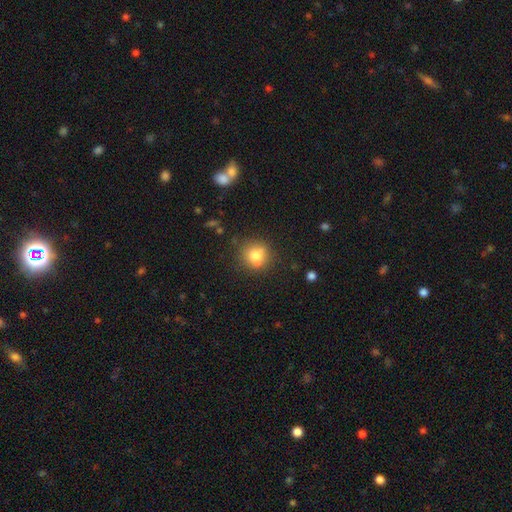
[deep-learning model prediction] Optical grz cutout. It shows a smooth galaxy with no disk features (74%) that is round (84%). Merging: none (72%).